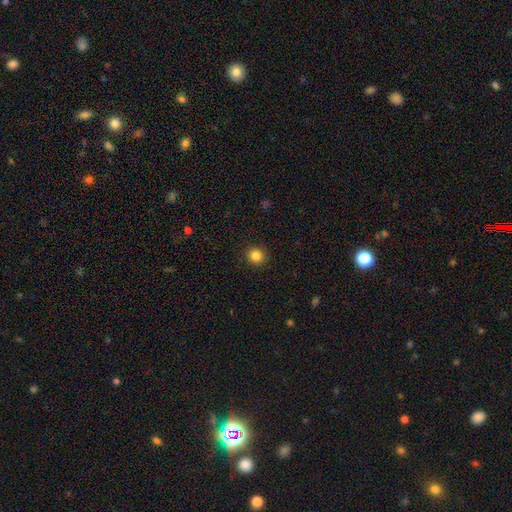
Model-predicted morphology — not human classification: Overall: smooth (85%). How rounded: round (88%). Merging: none (91%).